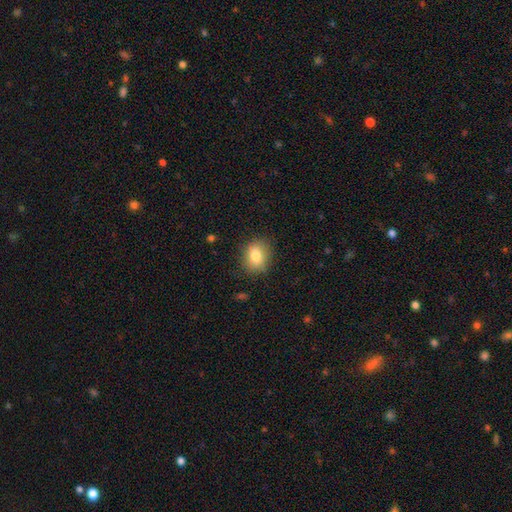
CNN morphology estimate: Smooth or featured?
  - smooth: 81% *
  - featured or disk: 9%
  - star or artifact: 9%
How rounded?
  - in between: 55% *
  - round: 44%
  - cigar-shaped: 1%
Merging?
  - none: 82% *
  - minor disturbance: 14%
  - major disturbance: 4%
  - merger: 1%